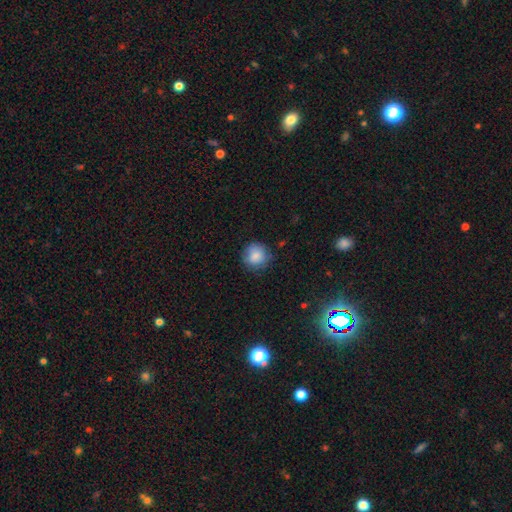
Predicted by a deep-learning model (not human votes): Smooth or featured? smooth (84%)
How rounded? round (90%)
Merging? none (79%)